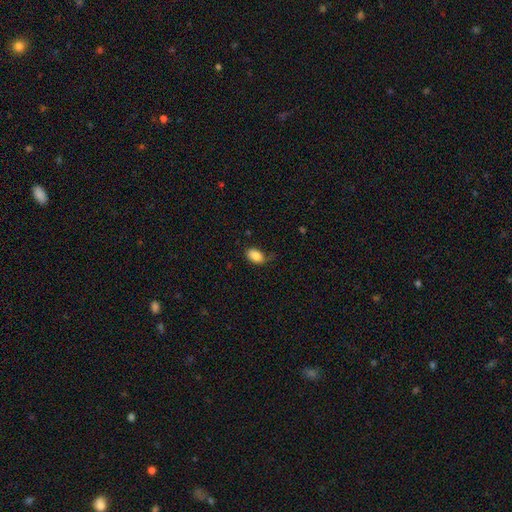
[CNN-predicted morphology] type=smooth (87%); roundness=in between (90%); merging=none (66%).